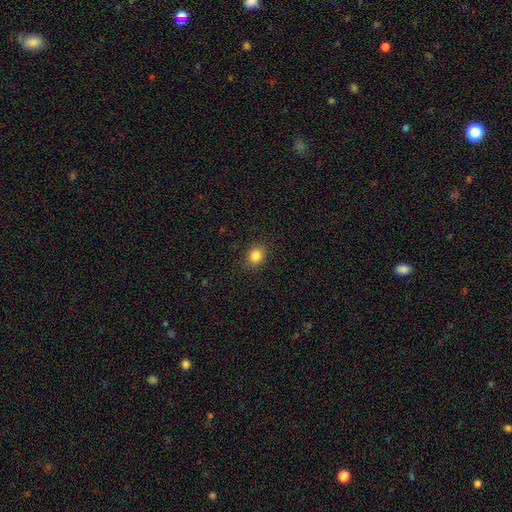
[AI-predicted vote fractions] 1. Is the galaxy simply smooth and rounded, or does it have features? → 85% smooth, 11% star or artifact, 4% featured or disk.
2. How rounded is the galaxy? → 56% round, 43% in between, 1% cigar-shaped.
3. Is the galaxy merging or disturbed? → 87% none, 9% minor disturbance, 3% major disturbance, 1% merger.